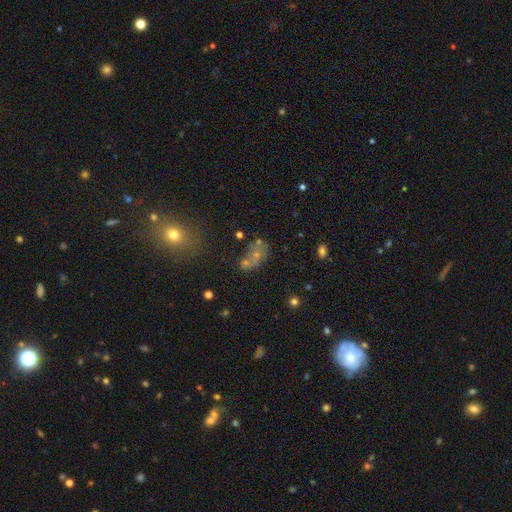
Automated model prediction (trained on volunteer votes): Q: Smooth or featured?
A: smooth (52%); runner-up: star or artifact (26%)
Q: How rounded?
A: in between (68%); runner-up: round (28%)
Q: Merging?
A: merger (40%); runner-up: none (35%)